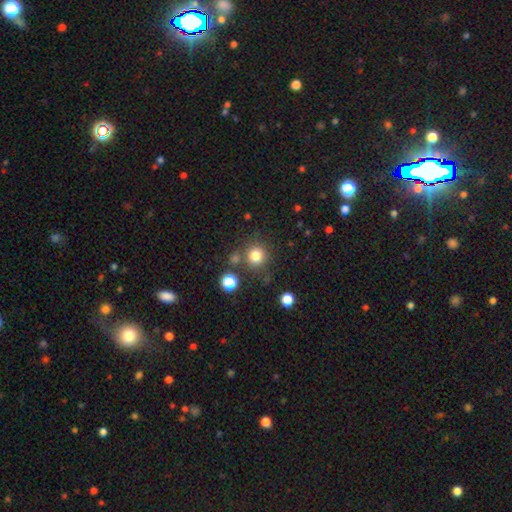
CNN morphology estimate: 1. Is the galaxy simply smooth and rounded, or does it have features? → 79% smooth, 15% star or artifact, 6% featured or disk.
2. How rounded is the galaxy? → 93% round, 6% in between, 1% cigar-shaped.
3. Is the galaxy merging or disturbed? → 78% none, 9% merger, 9% minor disturbance, 4% major disturbance.